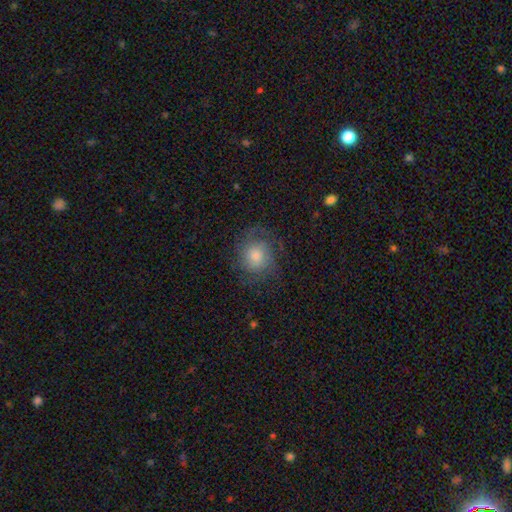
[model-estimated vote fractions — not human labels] Smooth or featured: smooth — 47% (featured or disk — 42%)
Merging: none — 72% (minor disturbance — 16%)